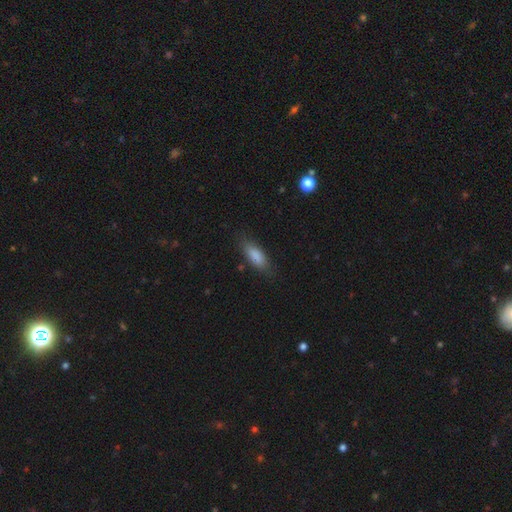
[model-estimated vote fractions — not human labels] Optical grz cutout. It shows a smooth galaxy with no disk features (85%) that is in between round and cigar-shaped (71%). Merging: none (77%).